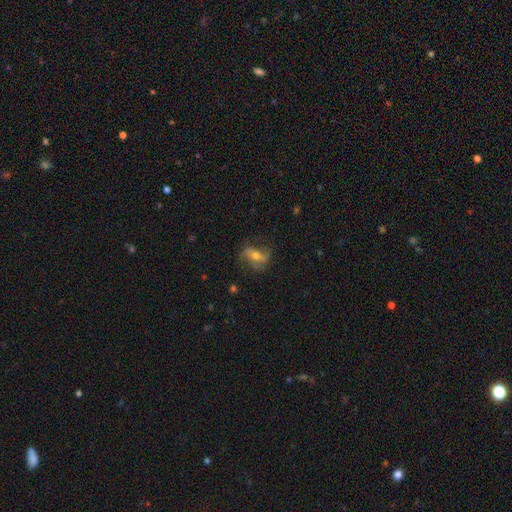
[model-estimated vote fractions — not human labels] A featured or disk galaxy (61%) with no bar (39%), spiral arms (80%) and a moderate central bulge (63%). Merging: none (66%).